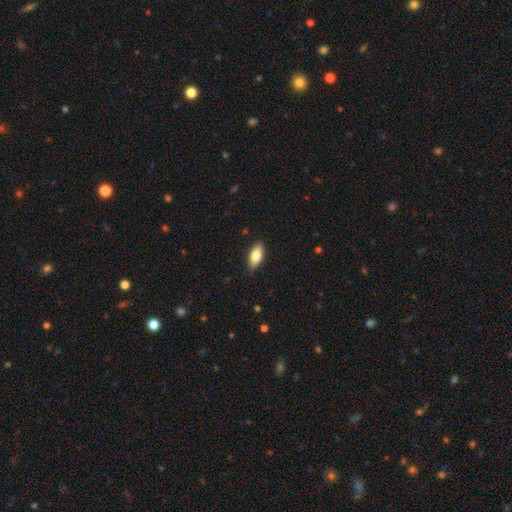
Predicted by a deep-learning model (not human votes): smooth-or-featured: smooth: 80% | featured or disk: 14% | star or artifact: 6%
  how-rounded: in between: 84% | cigar-shaped: 13% | round: 3%
  merging: none: 87% | minor disturbance: 10% | major disturbance: 2% | merger: 1%